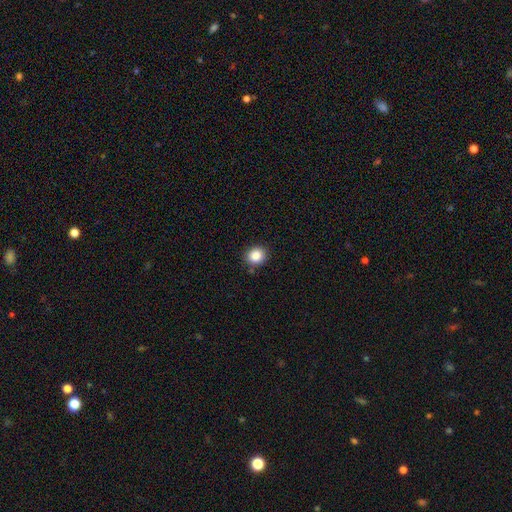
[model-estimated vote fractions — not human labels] Overall: smooth (87%). How rounded: round (78%). Merging: none (86%).